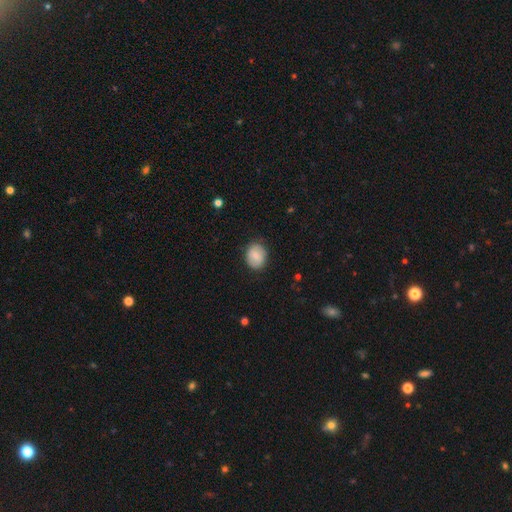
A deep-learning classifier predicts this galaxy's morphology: Q: Smooth or featured?
A: smooth (83%); runner-up: featured or disk (10%)
Q: How rounded?
A: round (50%); runner-up: in between (49%)
Q: Merging?
A: none (82%); runner-up: minor disturbance (14%)